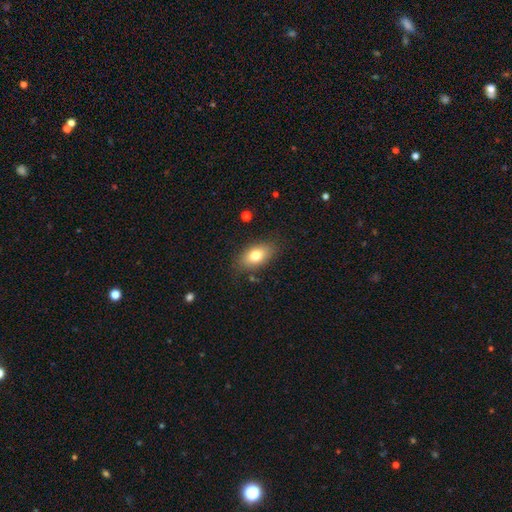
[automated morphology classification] Q: Smooth or featured?
A: smooth (77%); runner-up: featured or disk (15%)
Q: How rounded?
A: in between (88%); runner-up: round (8%)
Q: Merging?
A: none (83%); runner-up: minor disturbance (12%)